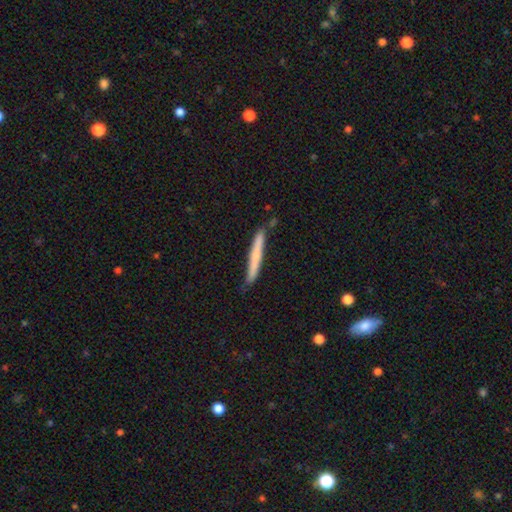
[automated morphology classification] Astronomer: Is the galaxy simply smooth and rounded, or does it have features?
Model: smooth — 62%.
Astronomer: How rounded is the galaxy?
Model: cigar-shaped — 96%.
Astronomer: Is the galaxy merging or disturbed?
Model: none — 80%.